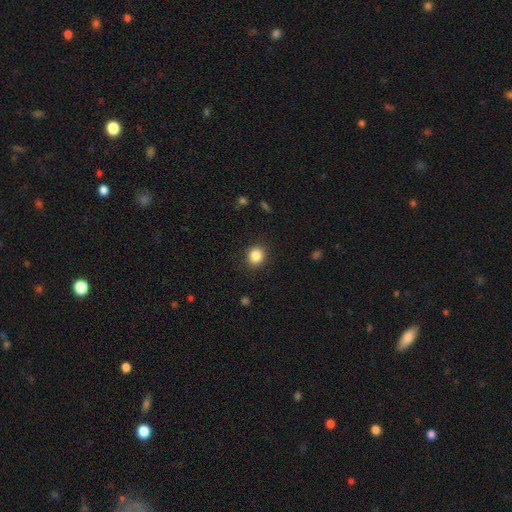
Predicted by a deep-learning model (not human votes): smooth-or-featured: smooth: 86% | star or artifact: 10% | featured or disk: 4%
  how-rounded: round: 78% | in between: 21% | cigar-shaped: 1%
  merging: none: 89% | minor disturbance: 7% | major disturbance: 3% | merger: 1%